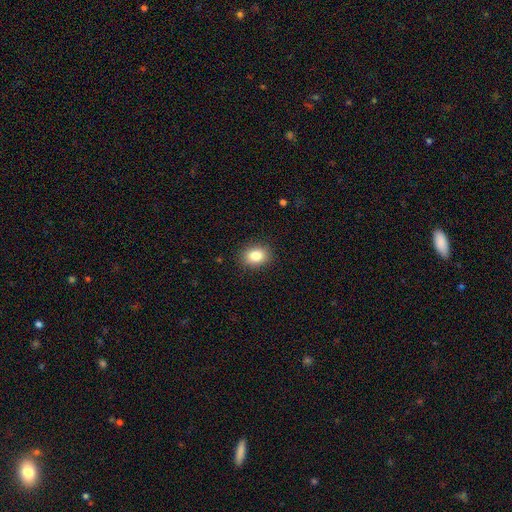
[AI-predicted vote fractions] The model was most divided on "how rounded": in between: 58%, round: 41%, cigar-shaped: 1%. More confident: merging — none (89%); smooth or featured — smooth (84%).